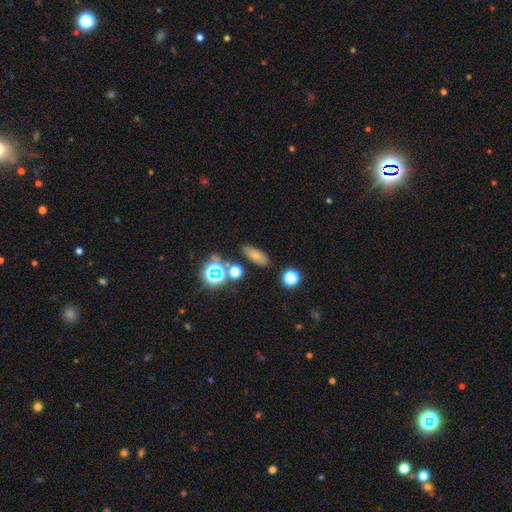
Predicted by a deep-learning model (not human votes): Smooth or featured? Predicted: smooth (p=0.70). How rounded? Predicted: in between (p=0.70). Merging? Predicted: none (p=0.79).